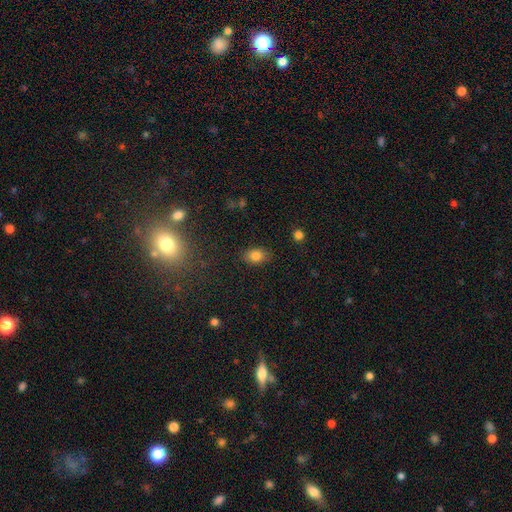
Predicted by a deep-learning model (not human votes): Smooth or featured: smooth — 83% (star or artifact — 10%)
How rounded: in between — 81% (round — 18%)
Merging: none — 85% (minor disturbance — 11%)